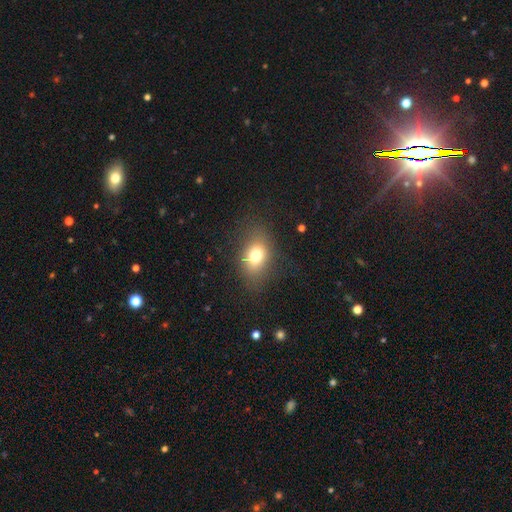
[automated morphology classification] This is likely a smooth galaxy (74%). How rounded: likely in between (70%). Merging: likely none (77%).